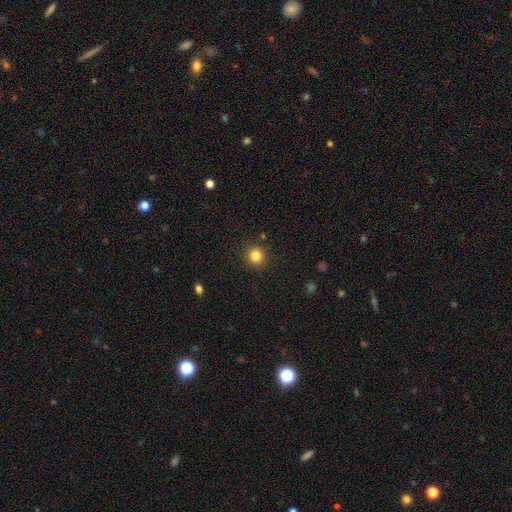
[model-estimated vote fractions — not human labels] Q: Smooth or featured?
A: smooth (83%); runner-up: star or artifact (12%)
Q: How rounded?
A: round (88%); runner-up: in between (11%)
Q: Merging?
A: none (91%); runner-up: minor disturbance (6%)